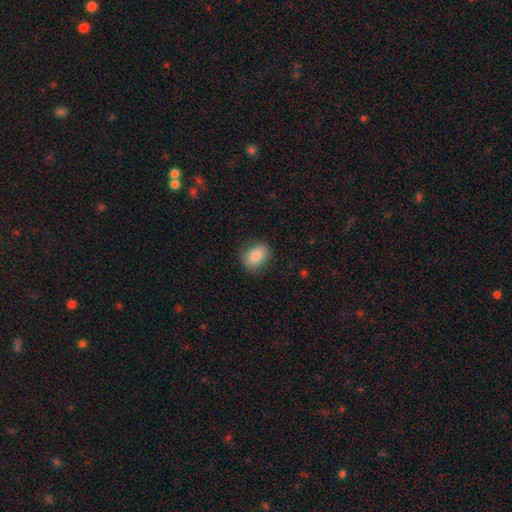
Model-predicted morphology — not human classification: smooth-or-featured: smooth: 82% | featured or disk: 10% | star or artifact: 8%
  how-rounded: in between: 69% | round: 30% | cigar-shaped: 1%
  merging: none: 80% | minor disturbance: 15% | major disturbance: 4% | merger: 1%